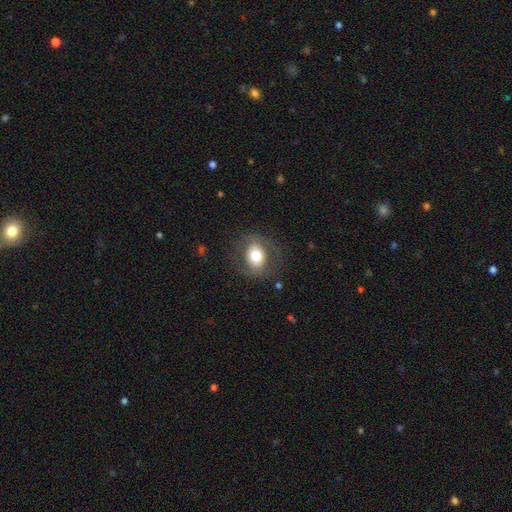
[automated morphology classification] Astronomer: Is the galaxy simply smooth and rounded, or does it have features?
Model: smooth — 67%.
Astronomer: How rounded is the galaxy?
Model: round — 52% (runner-up: in between, 47%).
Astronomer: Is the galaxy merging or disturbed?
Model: none — 77%.